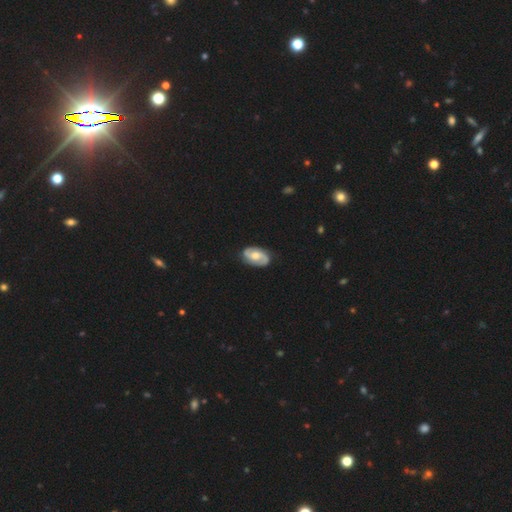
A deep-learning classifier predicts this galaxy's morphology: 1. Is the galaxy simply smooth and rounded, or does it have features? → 82% featured or disk, 14% smooth, 5% star or artifact.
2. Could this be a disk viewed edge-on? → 97% no, 3% yes.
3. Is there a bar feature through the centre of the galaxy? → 52% no, 38% weak, 10% strong.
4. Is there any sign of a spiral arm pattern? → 95% yes, 5% no.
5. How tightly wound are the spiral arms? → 45% medium, 35% tight, 19% loose.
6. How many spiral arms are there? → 92% 2, 3% can't tell, 1% 1, 1% 3, 1% 4, 1% more than 4.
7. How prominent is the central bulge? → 67% moderate, 17% small, 12% large, 3% none, 1% dominant.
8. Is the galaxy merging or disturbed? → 85% none, 11% minor disturbance, 3% major disturbance, 1% merger.